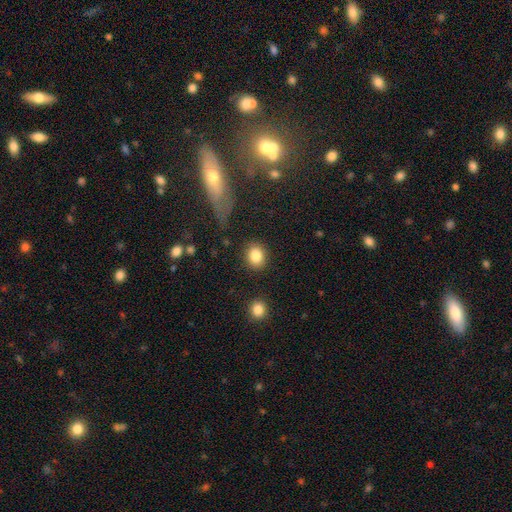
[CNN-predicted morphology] Q: Smooth or featured?
A: smooth (85%); runner-up: star or artifact (9%)
Q: How rounded?
A: round (62%); runner-up: in between (37%)
Q: Merging?
A: none (85%); runner-up: minor disturbance (9%)